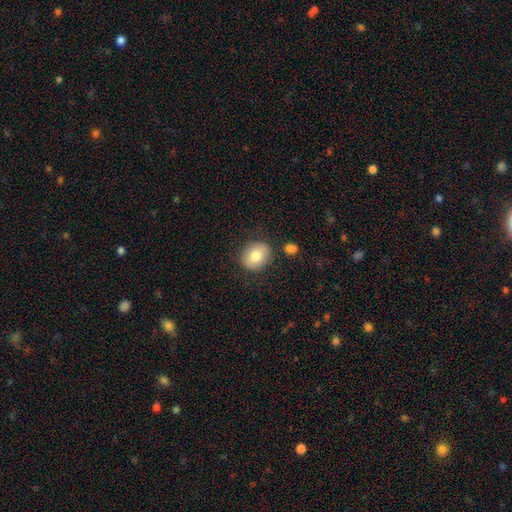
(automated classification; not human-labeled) smooth_or_featured: smooth (p=0.78) [alt: featured or disk p=0.13]
how_rounded: round (p=0.57) [alt: in between p=0.42]
merging: none (p=0.83) [alt: minor disturbance p=0.11]